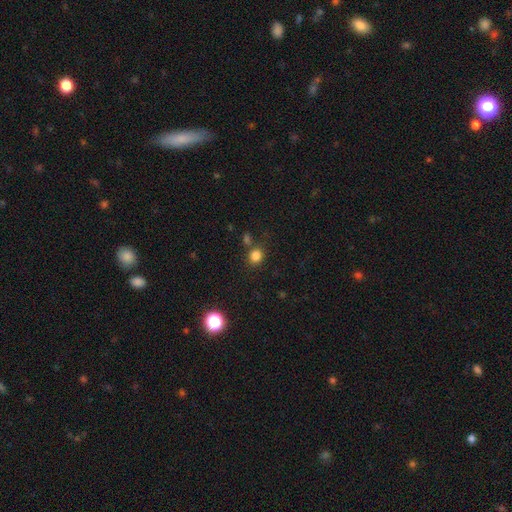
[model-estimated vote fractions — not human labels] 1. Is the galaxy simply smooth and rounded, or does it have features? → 82% smooth, 13% star or artifact, 5% featured or disk.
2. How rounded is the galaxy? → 75% round, 24% in between, 1% cigar-shaped.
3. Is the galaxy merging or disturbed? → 74% none, 12% merger, 11% minor disturbance, 4% major disturbance.